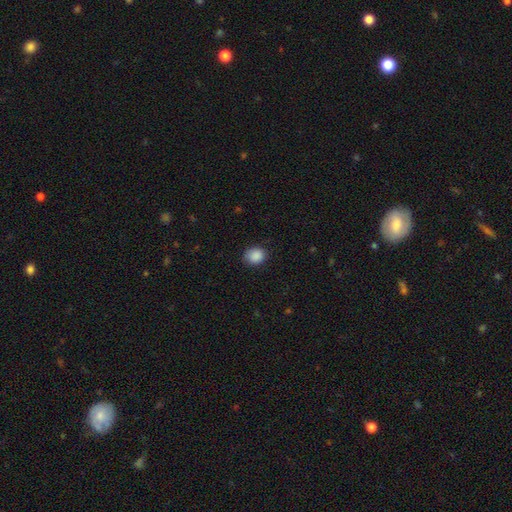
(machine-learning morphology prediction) smooth 88%, star or artifact 9%, featured or disk 3%. Down the decision tree: how rounded — round (71%); merging — none (84%).